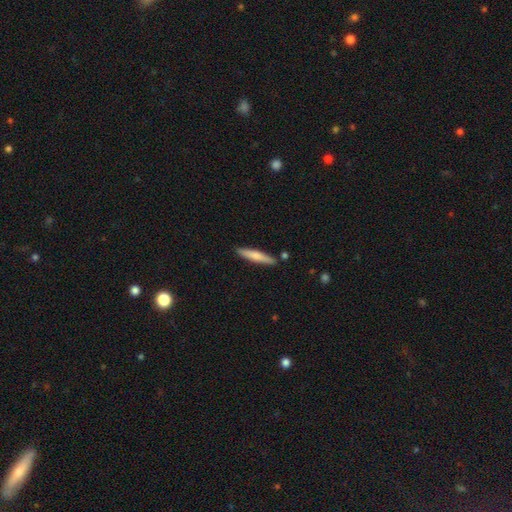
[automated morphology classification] A smooth galaxy with no disk features (67%) that is cigar-shaped (90%). Merging: none (86%).